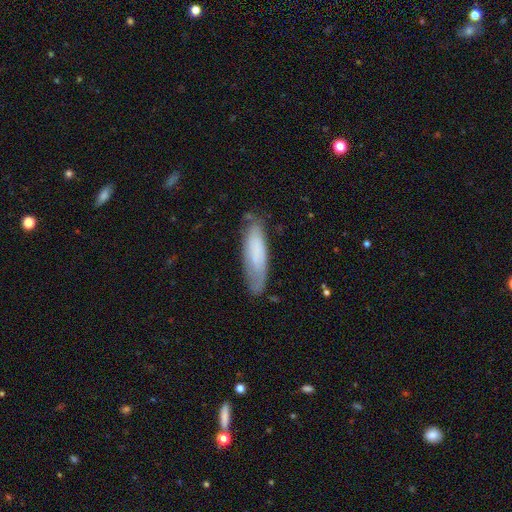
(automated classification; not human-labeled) A smooth galaxy with no disk features (60%) that is cigar-shaped (60%).

Vote fractions:
- Smooth or featured? smooth: 60% / featured or disk: 32% / star or artifact: 8%
- How rounded? cigar-shaped: 60% / in between: 38% / round: 2%
- Merging? none: 73% / minor disturbance: 20% / major disturbance: 5% / merger: 2%